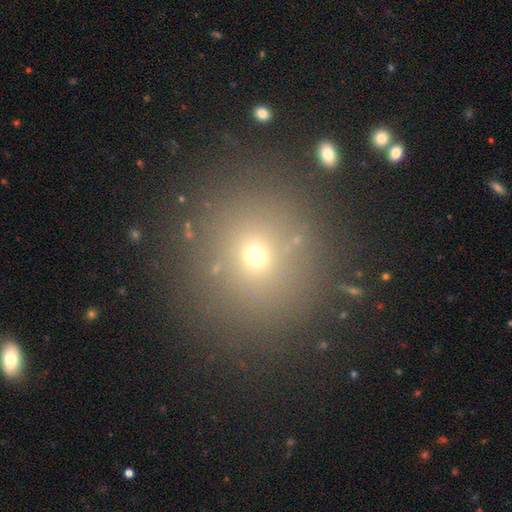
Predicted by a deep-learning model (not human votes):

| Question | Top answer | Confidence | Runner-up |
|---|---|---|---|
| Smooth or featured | smooth | 62% | star or artifact (28%) |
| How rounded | round | 90% | in between (9%) |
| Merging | none | 86% | minor disturbance (7%) |